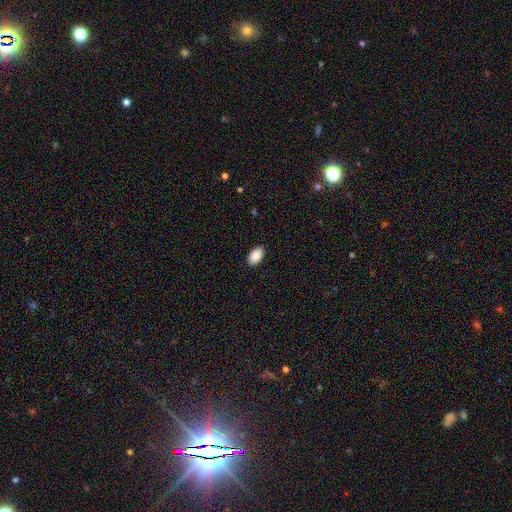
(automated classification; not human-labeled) Smooth or featured? Predicted: smooth (p=0.90). How rounded? Predicted: in between (p=0.94). Merging? Predicted: none (p=0.89).